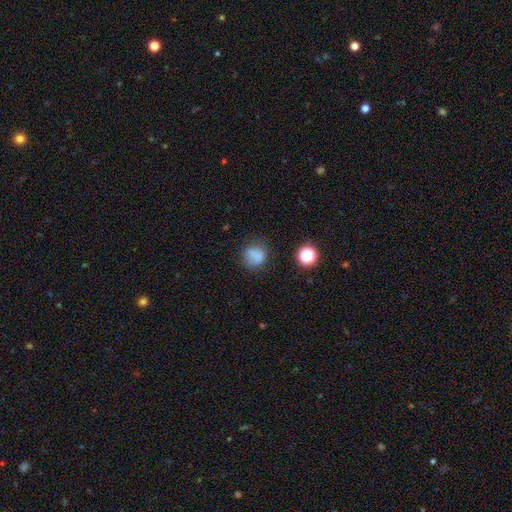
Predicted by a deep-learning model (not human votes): smooth 75%, star or artifact 14%, featured or disk 11%. Down the decision tree: how rounded — round (76%); merging — none (63%).